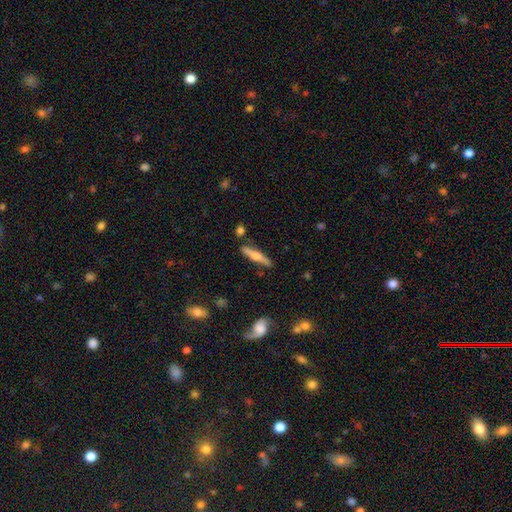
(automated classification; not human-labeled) featured or disk 55%, smooth 39%, star or artifact 6%. Down the decision tree: edge-on disk — yes (96%); edge-on bulge — rounded (90%); merging — none (84%).